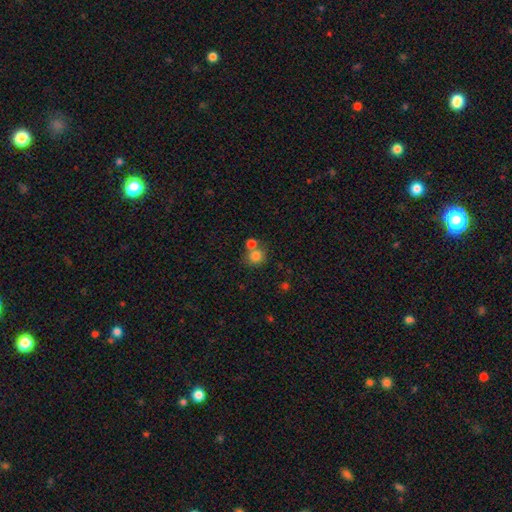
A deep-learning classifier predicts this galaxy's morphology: type=smooth (80%); roundness=round (83%); merging=none (53%).